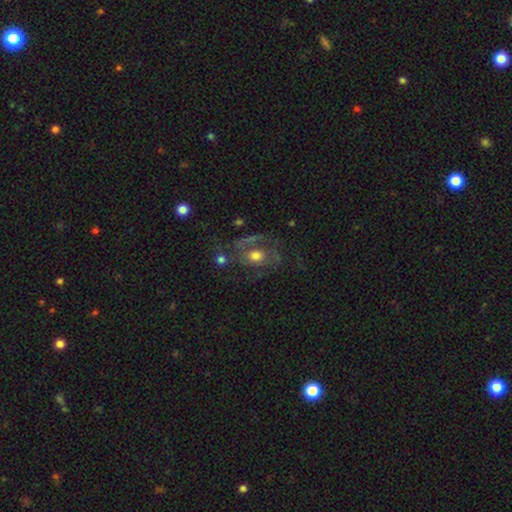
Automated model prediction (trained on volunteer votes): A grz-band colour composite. It shows a featured or disk galaxy (63%) with no bar (79%), spiral arms (67%) and a moderate central bulge (67%). Merging: none (48%).